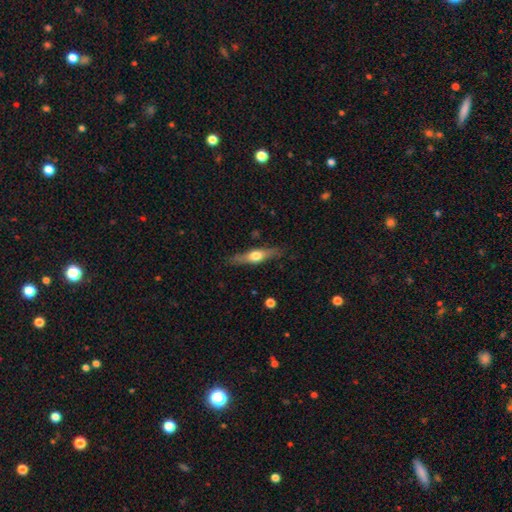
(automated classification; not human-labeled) Q: Smooth or featured?
A: featured or disk (54%); runner-up: smooth (40%)
Q: Edge-on disk?
A: yes (91%); runner-up: no (9%)
Q: Merging?
A: none (83%); runner-up: minor disturbance (13%)